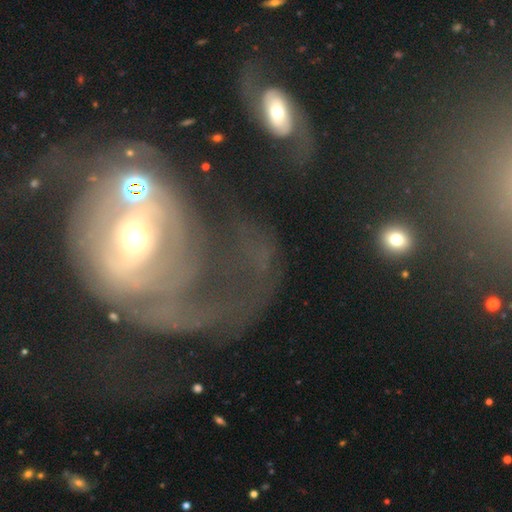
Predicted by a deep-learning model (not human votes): Smooth or featured? Predicted: featured or disk (p=0.67). Edge-on disk? Predicted: no (p=0.95). Bar? Predicted: no (p=0.54). Spiral arms? Predicted: yes (p=0.61). Bulge size? Predicted: moderate (p=0.54). Merging? Predicted: major disturbance (p=0.43).